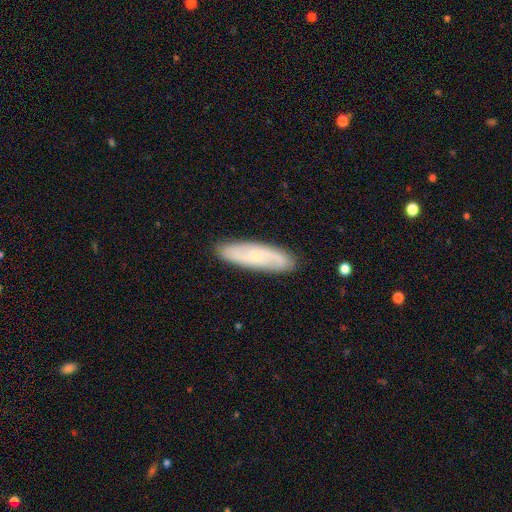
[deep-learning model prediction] Morphology: type=featured or disk (52%); edge-on=no (75%); merging=none (87%).